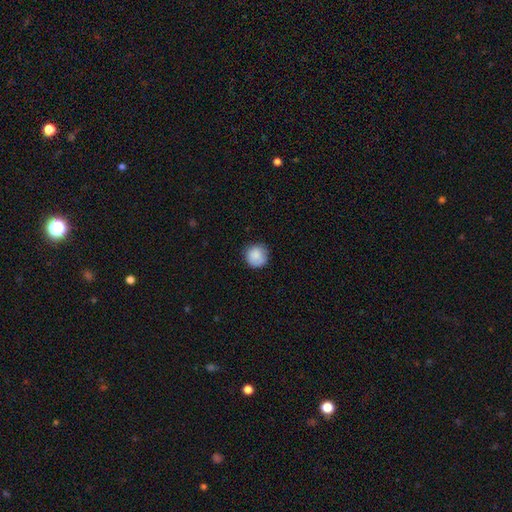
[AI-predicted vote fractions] smooth 87%, star or artifact 8%, featured or disk 6%. Down the decision tree: how rounded — round (94%); merging — none (82%).